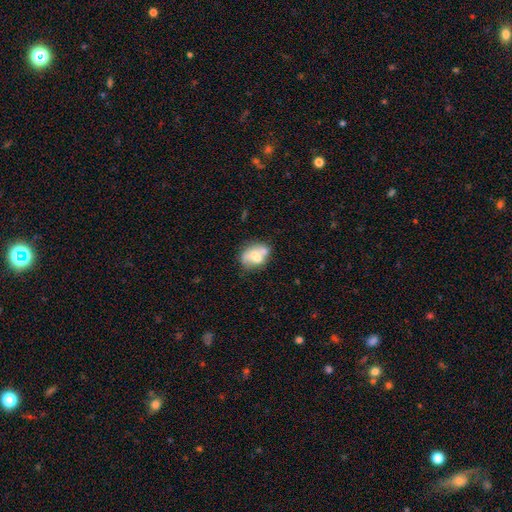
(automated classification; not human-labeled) The model was most divided on "merging": none: 39%, merger: 34%, minor disturbance: 18%, major disturbance: 9%. More confident: how rounded — in between (70%); smooth or featured — smooth (51%).